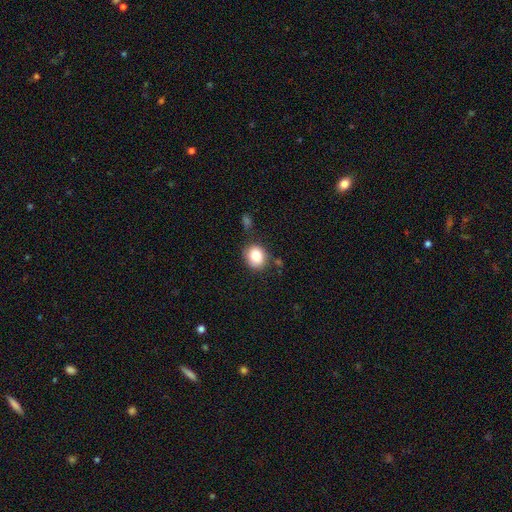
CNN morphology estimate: Q: Smooth or featured?
A: smooth (82%); runner-up: star or artifact (9%)
Q: How rounded?
A: round (72%); runner-up: in between (27%)
Q: Merging?
A: none (78%); runner-up: minor disturbance (14%)